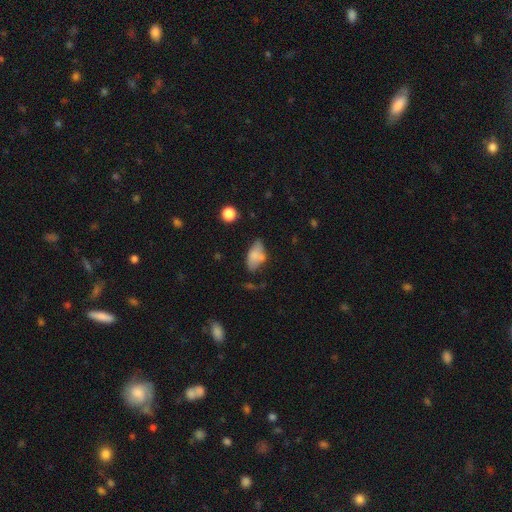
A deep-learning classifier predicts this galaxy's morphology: smooth-or-featured: smooth: 71% | featured or disk: 20% | star or artifact: 9%
  how-rounded: in between: 91% | round: 5% | cigar-shaped: 4%
  merging: none: 43% | minor disturbance: 32% | major disturbance: 13% | merger: 12%